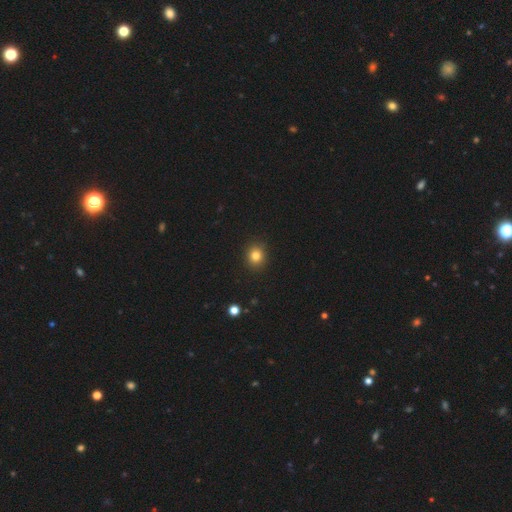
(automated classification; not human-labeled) Q: Smooth or featured?
A: smooth (81%); runner-up: star or artifact (13%)
Q: How rounded?
A: round (80%); runner-up: in between (19%)
Q: Merging?
A: none (91%); runner-up: minor disturbance (6%)